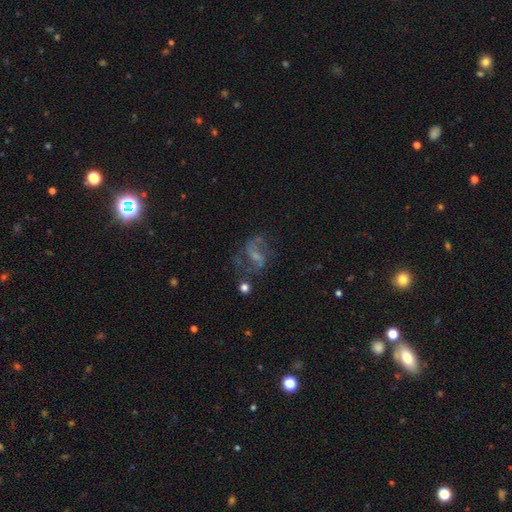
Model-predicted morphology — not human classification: This is likely a featured or disk galaxy (66%). It is clearly not viewed edge-on (96%). Bar: possibly weak (47%). Spiral arm pattern: clearly yes (83%). Spiral arm count: likely 2 (79%). Spiral winding: possibly loose (49%). Central bulge: marginally small (41%). Merging: possibly none (57%).